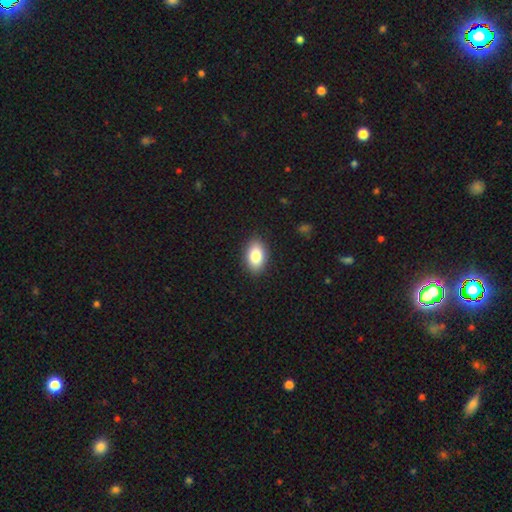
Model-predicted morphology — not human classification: smooth 84%, featured or disk 9%, star or artifact 7%. Down the decision tree: how rounded — in between (91%); merging — none (89%).